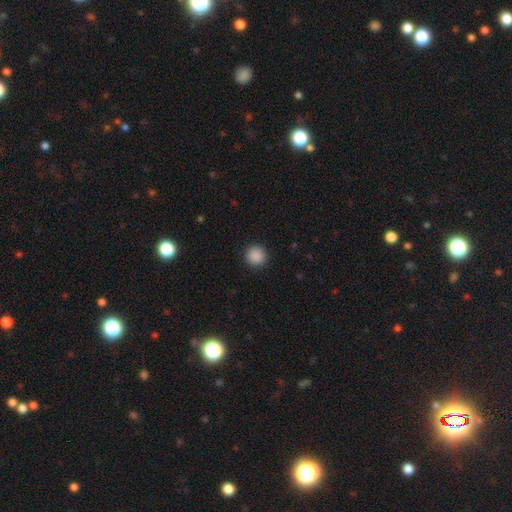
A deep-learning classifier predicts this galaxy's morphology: The model was most divided on "smooth or featured": smooth: 88%, star or artifact: 9%, featured or disk: 2%. More confident: how rounded — round (95%); merging — none (92%).